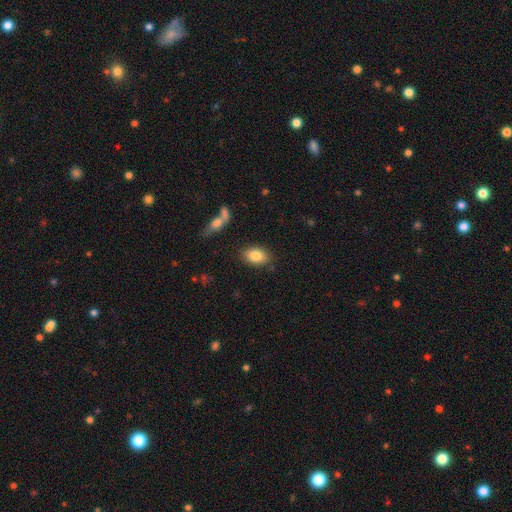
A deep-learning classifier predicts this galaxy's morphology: A smooth galaxy with no disk features (83%) that is in between round and cigar-shaped (86%).

Vote fractions:
- Smooth or featured? smooth: 83% / featured or disk: 9% / star or artifact: 8%
- How rounded? in between: 86% / round: 13% / cigar-shaped: 2%
- Merging? none: 83% / minor disturbance: 11% / merger: 3% / major disturbance: 3%